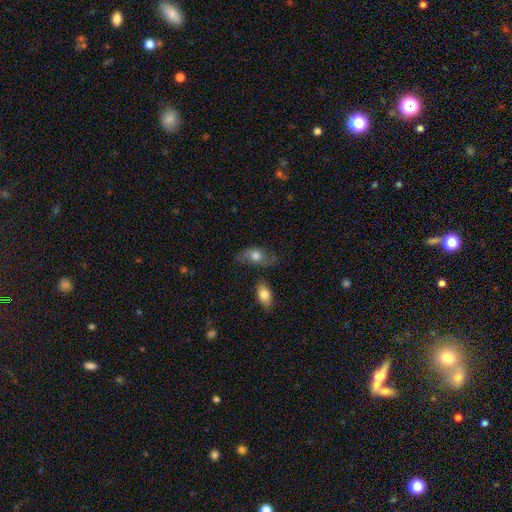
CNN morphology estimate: Q: Smooth or featured?
A: smooth (59%); runner-up: featured or disk (33%)
Q: How rounded?
A: in between (84%); runner-up: round (11%)
Q: Merging?
A: none (60%); runner-up: minor disturbance (24%)